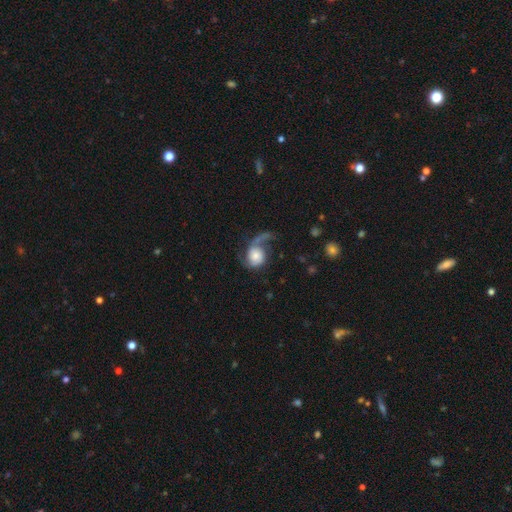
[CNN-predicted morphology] smooth_or_featured: featured or disk (p=0.64) [alt: smooth p=0.29]
disk_edge_on: no (p=0.97) [alt: yes p=0.03]
bar: no (p=0.73) [alt: weak p=0.23]
has_spiral_arms: yes (p=0.90) [alt: no p=0.10]
spiral_winding: loose (p=0.60) [alt: medium p=0.29]
spiral_arm_count: 1 (p=0.51) [alt: 2 p=0.42]
bulge_size: moderate (p=0.33) [alt: large p=0.26]
merging: major disturbance (p=0.42) [alt: none p=0.33]